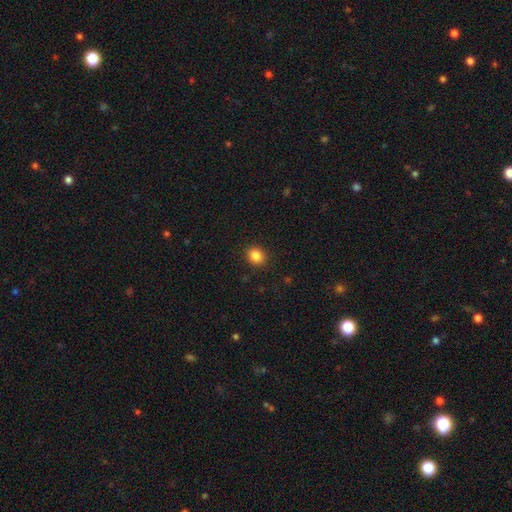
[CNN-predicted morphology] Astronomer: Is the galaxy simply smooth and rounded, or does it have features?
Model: smooth — 85%.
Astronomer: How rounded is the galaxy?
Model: round — 71%.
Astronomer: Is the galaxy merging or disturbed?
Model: none — 90%.